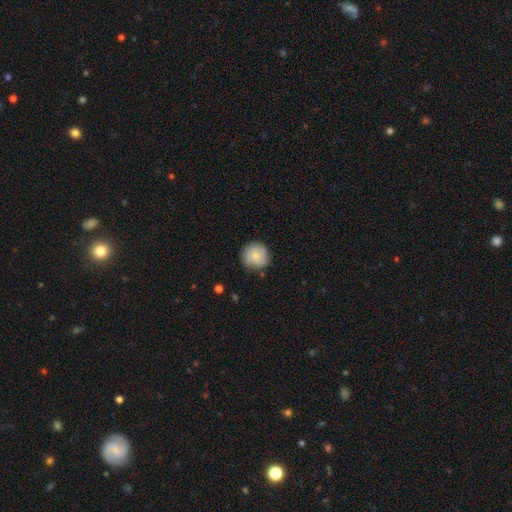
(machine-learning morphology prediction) smooth_or_featured: smooth (p=0.75) [alt: featured or disk p=0.17]
how_rounded: round (p=0.93) [alt: in between p=0.06]
merging: none (p=0.76) [alt: minor disturbance p=0.18]